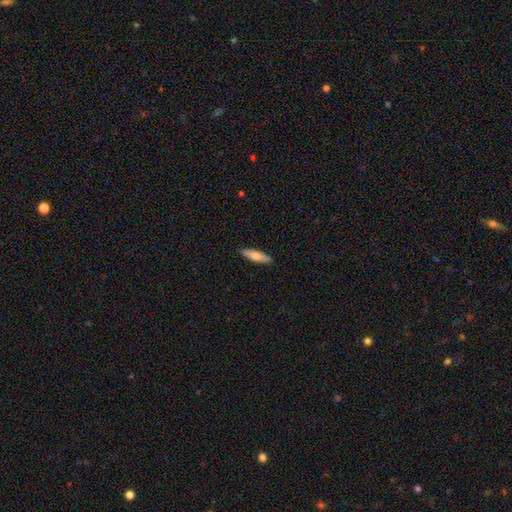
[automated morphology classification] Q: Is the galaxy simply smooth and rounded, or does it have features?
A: smooth — 68%.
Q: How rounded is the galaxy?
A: cigar-shaped — 70%.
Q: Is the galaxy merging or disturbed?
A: none — 90%.